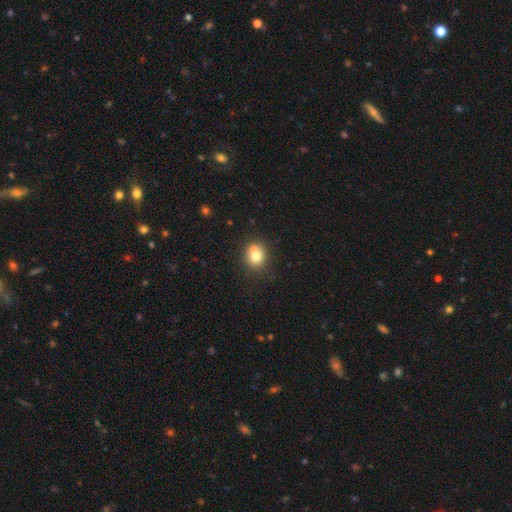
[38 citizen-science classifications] smooth_or_featured: smooth (p=0.89) [alt: star or artifact p=0.11]
how_rounded: round (p=0.91) [alt: in between p=0.09]
merging: none (p=0.71) [alt: minor disturbance p=0.15]